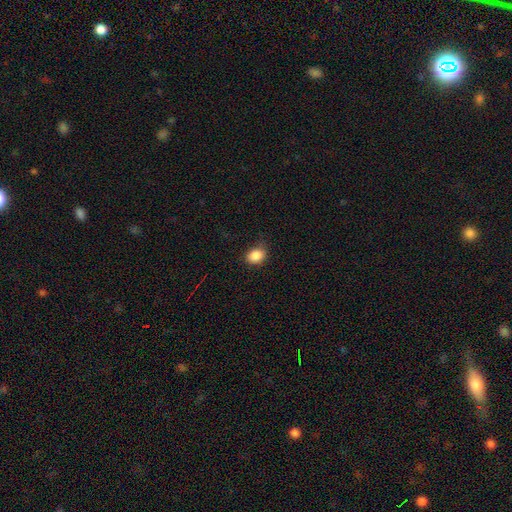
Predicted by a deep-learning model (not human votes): A smooth galaxy with no disk features (87%) that is in between round and cigar-shaped (60%).

Vote fractions:
- Smooth or featured? smooth: 87% / star or artifact: 9% / featured or disk: 4%
- How rounded? in between: 60% / round: 39% / cigar-shaped: 1%
- Merging? none: 74% / minor disturbance: 20% / major disturbance: 5% / merger: 1%